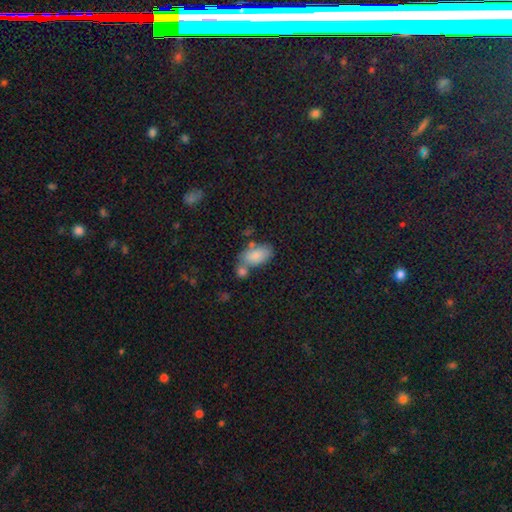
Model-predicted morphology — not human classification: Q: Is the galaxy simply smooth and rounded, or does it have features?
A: smooth — 82%.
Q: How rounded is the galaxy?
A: in between — 93%.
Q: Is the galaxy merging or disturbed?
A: none — 47%.